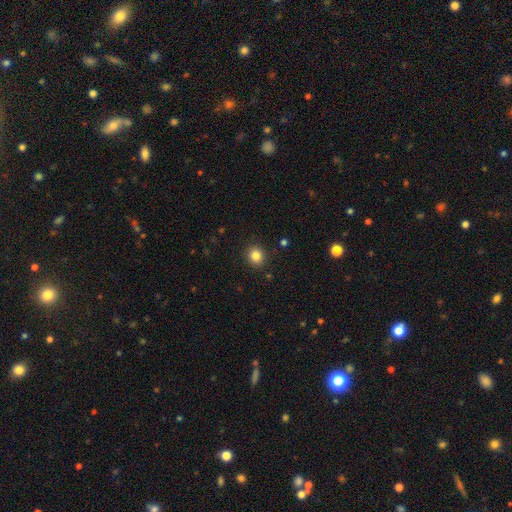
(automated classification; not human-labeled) Smooth or featured? Predicted: smooth (p=0.83). How rounded? Predicted: round (p=0.83). Merging? Predicted: none (p=0.90).